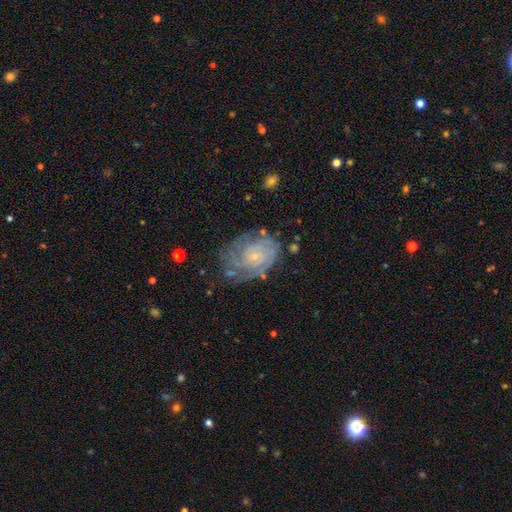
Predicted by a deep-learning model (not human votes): A featured or disk galaxy (81%) with no bar (77%), tight (72%) spiral arms (92%) and a small central bulge (82%). Merging: none (64%).